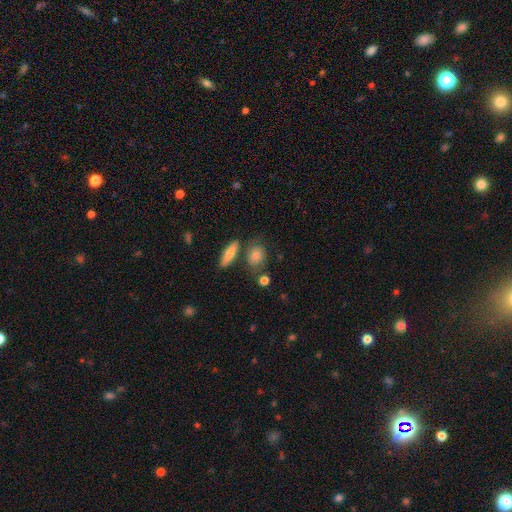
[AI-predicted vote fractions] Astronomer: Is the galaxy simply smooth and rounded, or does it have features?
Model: smooth — 75%.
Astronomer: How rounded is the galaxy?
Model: in between — 52% (runner-up: round, 43%).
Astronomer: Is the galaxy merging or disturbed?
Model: none — 64%.